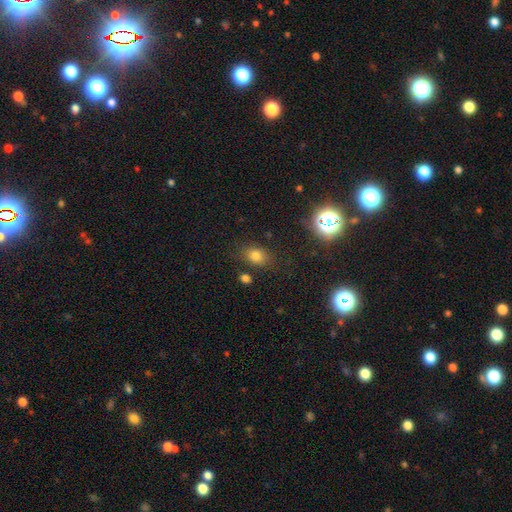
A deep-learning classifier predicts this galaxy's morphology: type=smooth (76%); roundness=in between (67%); merging=none (77%).